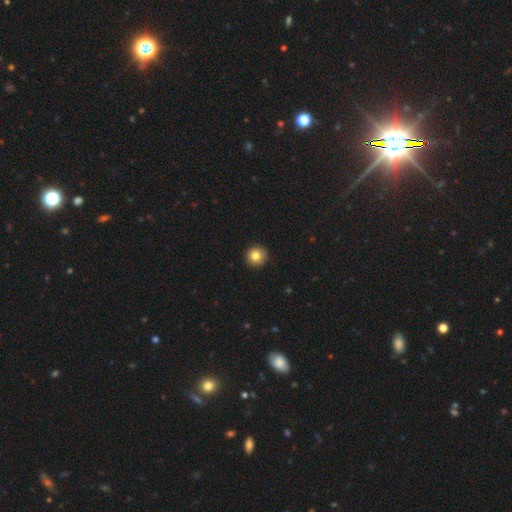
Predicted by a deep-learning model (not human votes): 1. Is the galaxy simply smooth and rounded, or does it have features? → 81% smooth, 10% star or artifact, 8% featured or disk.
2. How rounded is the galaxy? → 95% round, 4% in between, 1% cigar-shaped.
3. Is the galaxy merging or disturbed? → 92% none, 5% minor disturbance, 1% major disturbance, 1% merger.